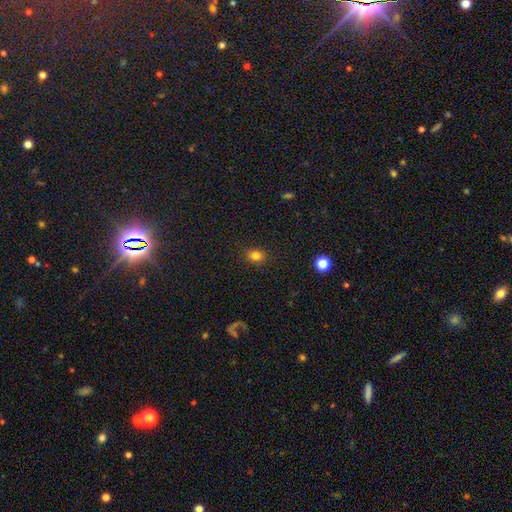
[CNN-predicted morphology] The model was most divided on "how rounded": round: 59%, in between: 40%, cigar-shaped: 1%. More confident: merging — none (88%); smooth or featured — smooth (82%).